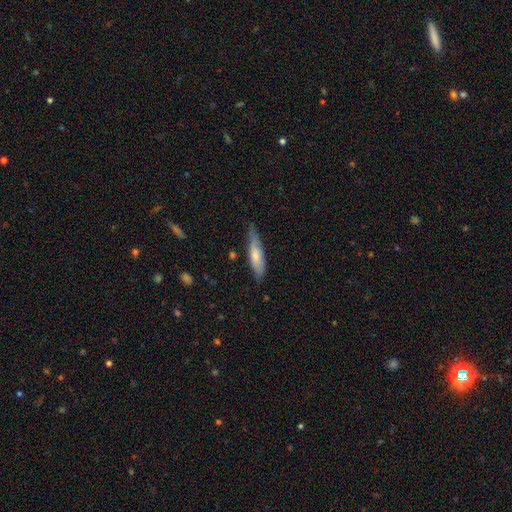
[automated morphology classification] Smooth or featured?
  - smooth: 63% *
  - featured or disk: 31%
  - star or artifact: 6%
How rounded?
  - cigar-shaped: 65% *
  - in between: 33%
  - round: 2%
Merging?
  - none: 59% *
  - minor disturbance: 33%
  - major disturbance: 6%
  - merger: 2%